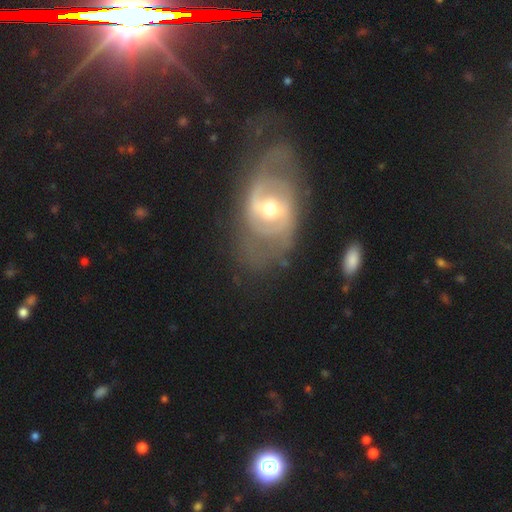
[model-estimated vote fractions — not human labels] Morphology: type=featured or disk (83%); edge-on=no (95%); bar=weak (48%); spiral arms=yes (88%); winding=tight (42%); arm count=2 (59%); bulge=moderate (63%); merging=none (62%).